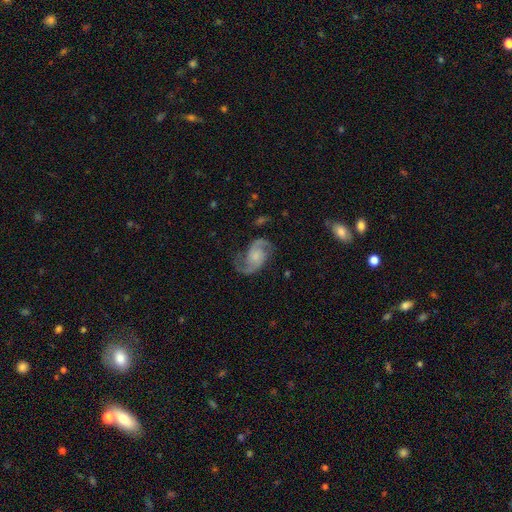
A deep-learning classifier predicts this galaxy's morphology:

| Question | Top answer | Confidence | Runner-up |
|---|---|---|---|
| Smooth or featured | featured or disk | 88% | smooth (7%) |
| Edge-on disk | no | 98% | yes (2%) |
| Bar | no | 64% | weak (30%) |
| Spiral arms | yes | 97% | no (3%) |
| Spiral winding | medium | 52% | loose (33%) |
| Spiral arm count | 2 | 93% | can't tell (2%) |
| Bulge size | small | 31% | moderate (28%) |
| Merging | none | 74% | minor disturbance (15%) |